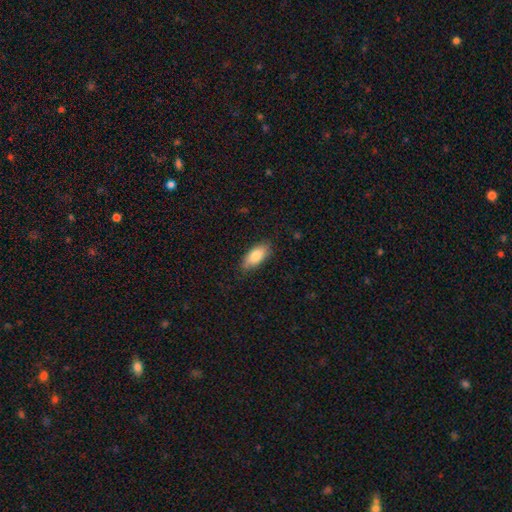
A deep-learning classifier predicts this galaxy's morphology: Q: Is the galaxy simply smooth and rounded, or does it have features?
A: smooth — 81%.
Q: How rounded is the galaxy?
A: in between — 86%.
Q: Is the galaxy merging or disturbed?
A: none — 80%.